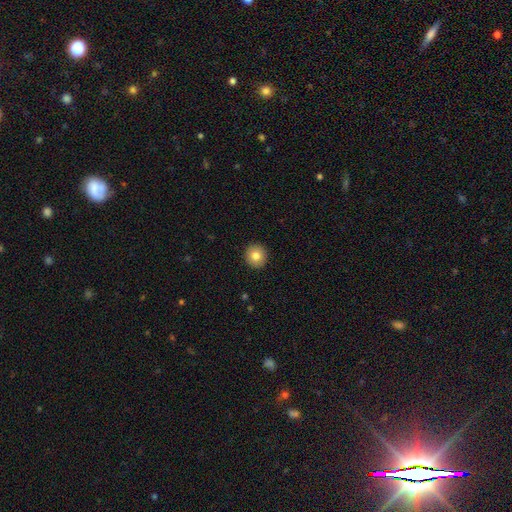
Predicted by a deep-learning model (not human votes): Smooth or featured?
  - smooth: 82% *
  - featured or disk: 10%
  - star or artifact: 9%
How rounded?
  - round: 92% *
  - in between: 7%
  - cigar-shaped: 1%
Merging?
  - none: 93% *
  - minor disturbance: 5%
  - major disturbance: 2%
  - merger: 1%